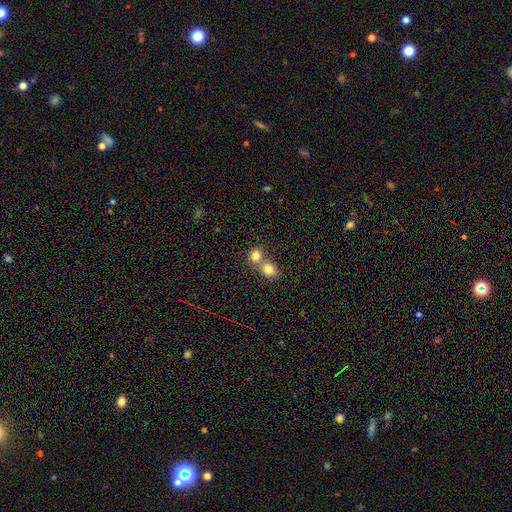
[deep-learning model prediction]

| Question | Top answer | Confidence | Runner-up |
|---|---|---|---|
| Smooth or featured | smooth | 80% | star or artifact (11%) |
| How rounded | round | 70% | in between (29%) |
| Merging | merger | 55% | none (37%) |